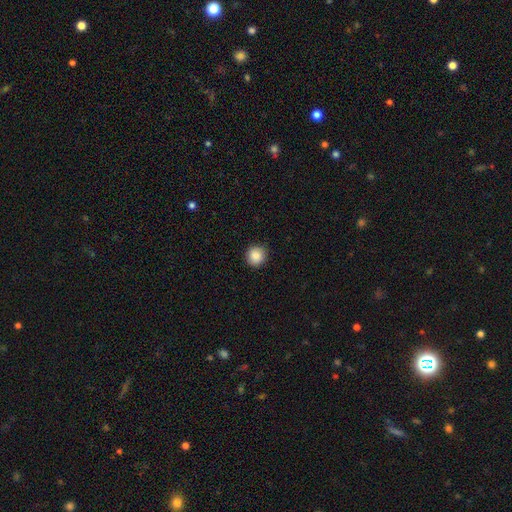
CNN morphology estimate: A smooth galaxy with no disk features (88%) that is round (93%).

Vote fractions:
- Smooth or featured? smooth: 88% / star or artifact: 9% / featured or disk: 3%
- How rounded? round: 93% / in between: 6% / cigar-shaped: 1%
- Merging? none: 91% / minor disturbance: 6% / major disturbance: 2% / merger: 1%